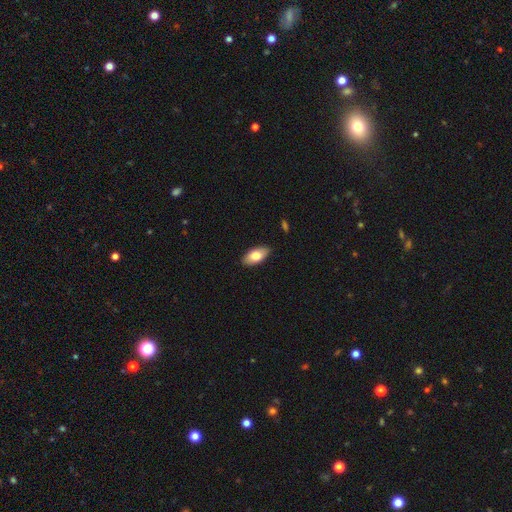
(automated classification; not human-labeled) The model was most divided on "smooth or featured": smooth: 77%, featured or disk: 17%, star or artifact: 6%. More confident: how rounded — in between (93%); merging — none (87%).